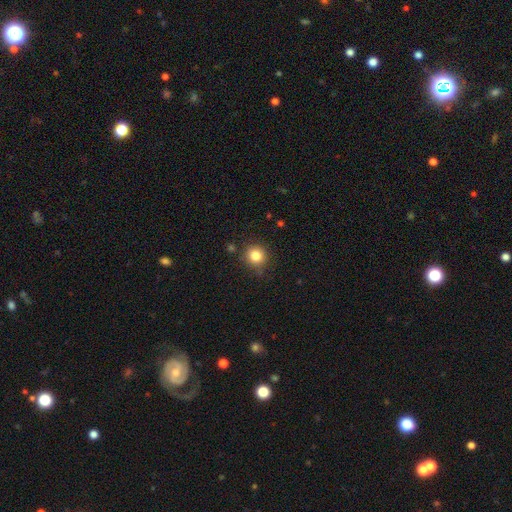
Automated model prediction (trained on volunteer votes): A smooth galaxy with no disk features (83%) that is round (91%).

Vote fractions:
- Smooth or featured? smooth: 83% / star or artifact: 11% / featured or disk: 6%
- How rounded? round: 91% / in between: 8% / cigar-shaped: 1%
- Merging? none: 85% / minor disturbance: 10% / major disturbance: 3% / merger: 3%